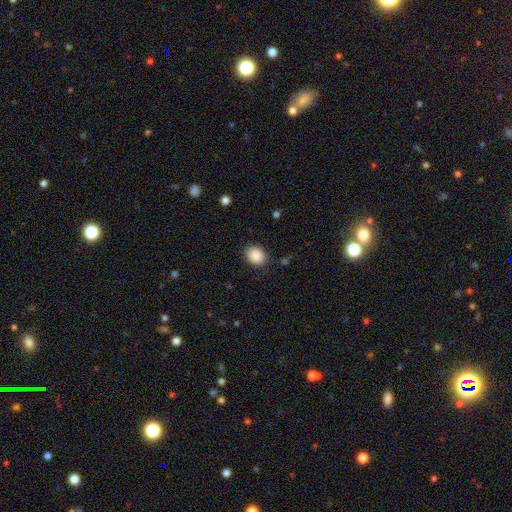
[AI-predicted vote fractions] Overall: smooth (88%). How rounded: round (54%; in between 45%). Merging: none (86%).